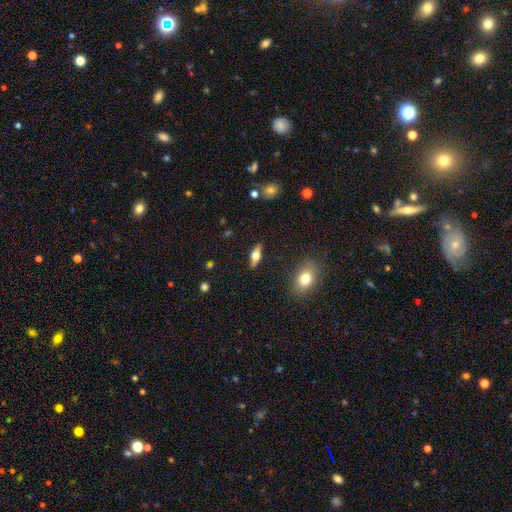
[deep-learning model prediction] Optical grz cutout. It shows a featured or disk galaxy (56%) viewed edge-on (93%) with a rounded central bulge (95%). Merging: none (89%).